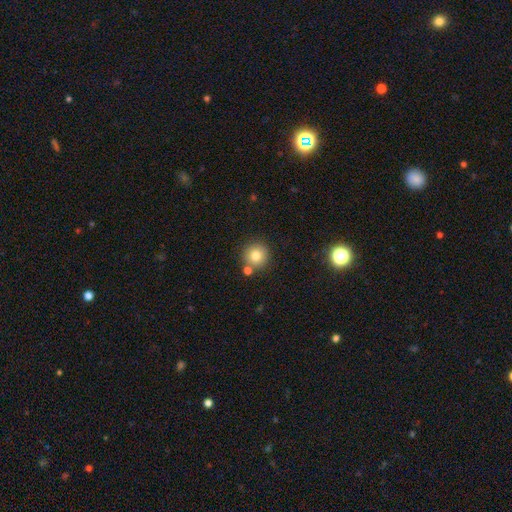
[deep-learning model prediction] The model was most divided on "merging": none: 77%, merger: 12%, minor disturbance: 9%, major disturbance: 3%. More confident: how rounded — round (94%); smooth or featured — smooth (79%).